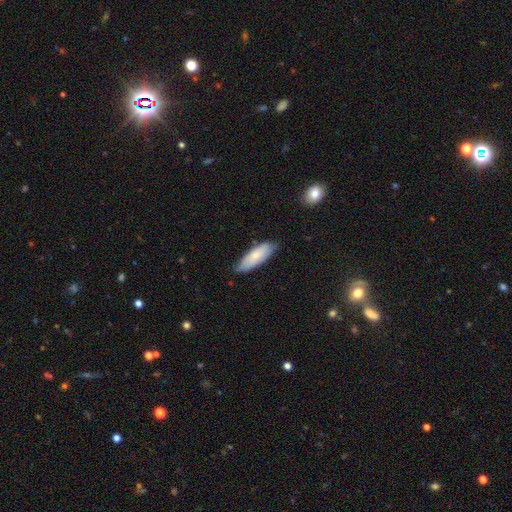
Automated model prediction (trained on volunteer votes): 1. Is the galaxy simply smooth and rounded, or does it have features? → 75% smooth, 19% featured or disk, 6% star or artifact.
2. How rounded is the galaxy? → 65% in between, 34% cigar-shaped, 2% round.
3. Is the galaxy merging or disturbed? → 72% none, 24% minor disturbance, 3% major disturbance, 1% merger.